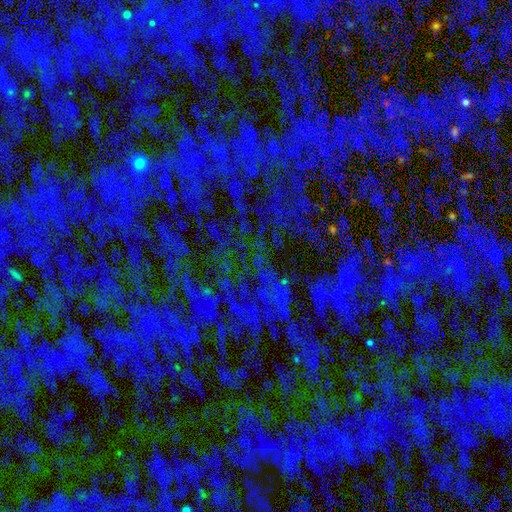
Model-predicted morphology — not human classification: Q: Smooth or featured?
A: star or artifact (78%); runner-up: smooth (13%)